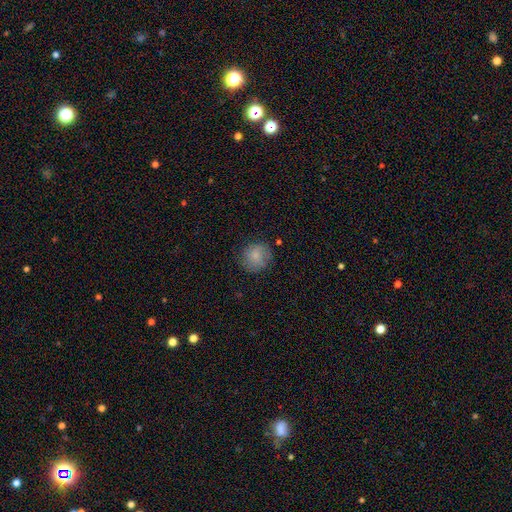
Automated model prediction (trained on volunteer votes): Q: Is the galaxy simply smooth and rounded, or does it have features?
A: smooth — 81%.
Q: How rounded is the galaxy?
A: round — 88%.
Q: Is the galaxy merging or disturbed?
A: none — 80%.